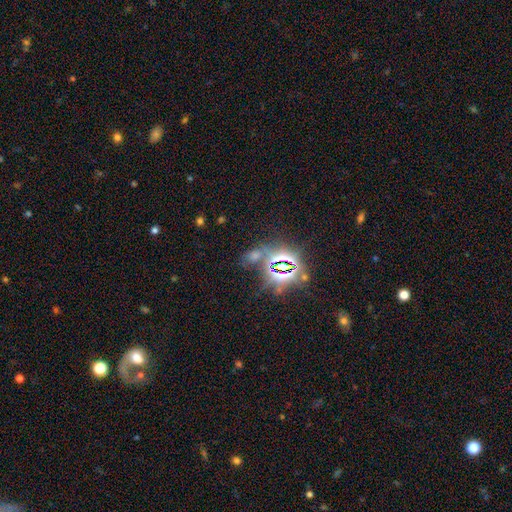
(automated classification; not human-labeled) This appears to be a star or artifact, not a galaxy (76%).